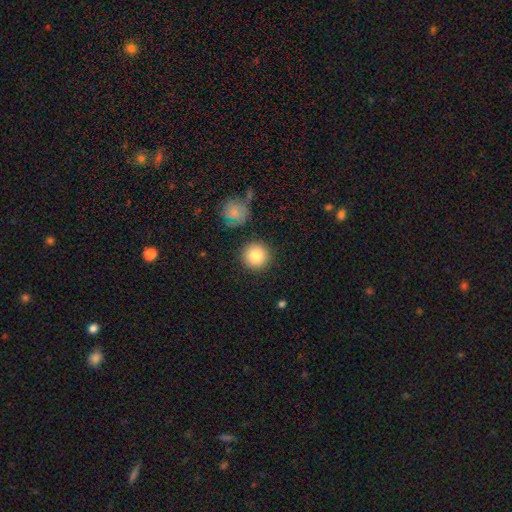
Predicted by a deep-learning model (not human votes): Overall: smooth (86%). How rounded: round (95%). Merging: none (88%).